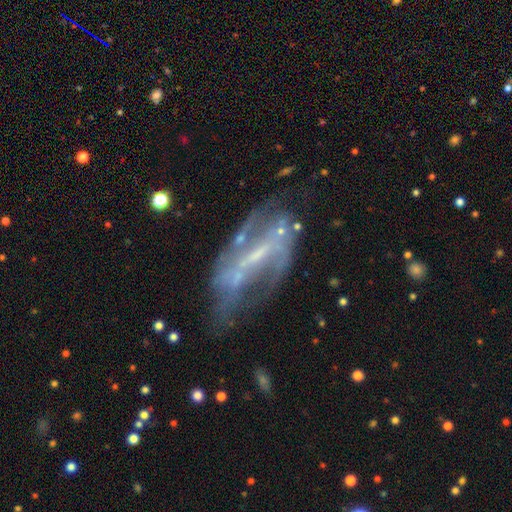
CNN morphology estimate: Smooth or featured: featured or disk — 76% (smooth — 12%)
Edge-on disk: no — 88% (yes — 12%)
Bar: strong — 53% (weak — 28%)
Spiral arms: yes — 68% (no — 32%)
Bulge size: small — 46% (none — 38%)
Merging: none — 46% (major disturbance — 25%)